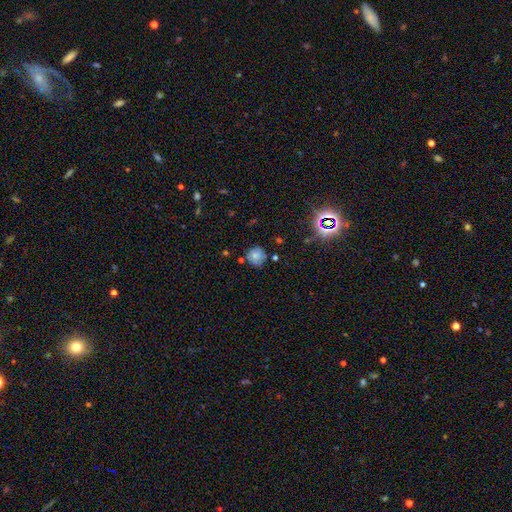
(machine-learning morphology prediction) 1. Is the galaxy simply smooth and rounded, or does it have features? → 69% smooth, 15% star or artifact, 15% featured or disk.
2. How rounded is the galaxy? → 90% round, 9% in between, 1% cigar-shaped.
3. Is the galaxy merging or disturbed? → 73% none, 18% minor disturbance, 5% merger, 4% major disturbance.